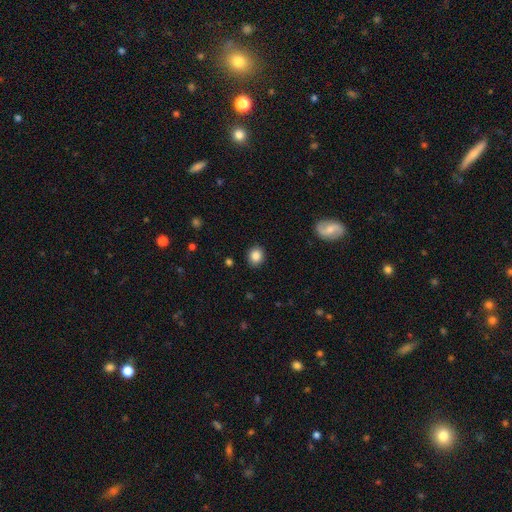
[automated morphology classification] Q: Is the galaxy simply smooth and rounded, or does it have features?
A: smooth — 86%.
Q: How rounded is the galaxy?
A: round — 72%.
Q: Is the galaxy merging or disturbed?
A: none — 90%.